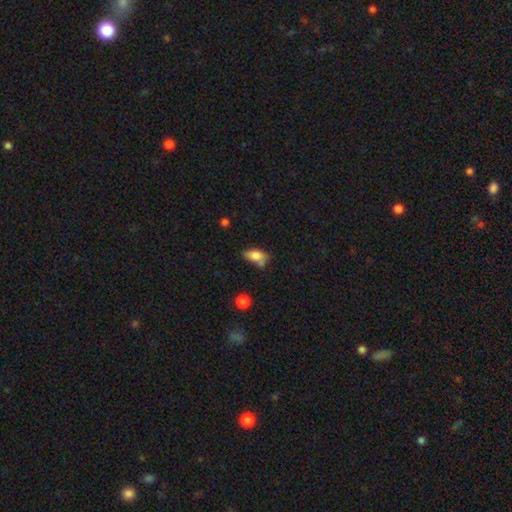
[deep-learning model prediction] Smooth or featured: smooth — 78% (featured or disk — 13%)
How rounded: in between — 88% (cigar-shaped — 6%)
Merging: none — 49% (minor disturbance — 28%)